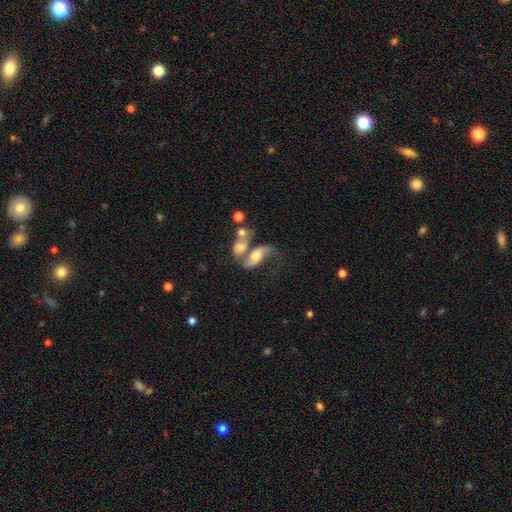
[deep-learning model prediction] Smooth or featured? Predicted: featured or disk (p=0.61). Edge-on disk? Predicted: no (p=0.92). Bar? Predicted: no (p=0.56). Spiral arms? Predicted: yes (p=0.79). Bulge size? Predicted: moderate (p=0.58). Merging? Predicted: merger (p=0.59).